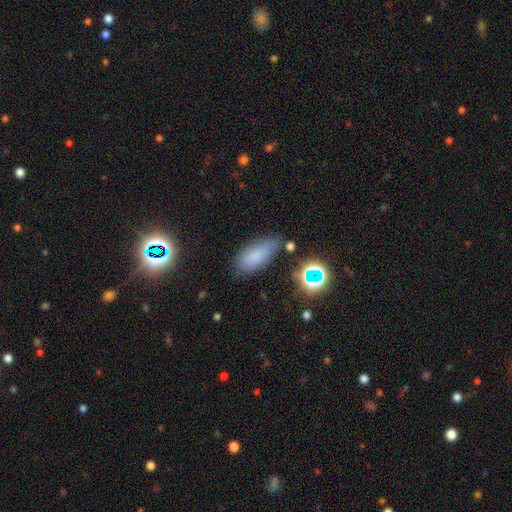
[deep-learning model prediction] This appears to be a smooth galaxy with no disk features (76%) that is in between round and cigar-shaped (84%). Merging: none (71%).